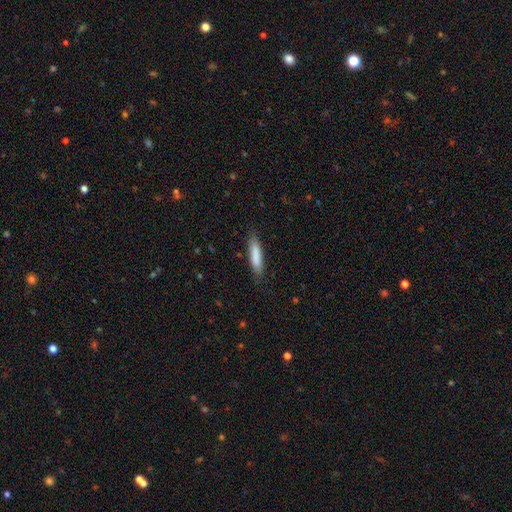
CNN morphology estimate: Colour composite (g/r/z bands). It shows a smooth galaxy with no disk features (83%) that is cigar-shaped (75%). Merging: none (82%).